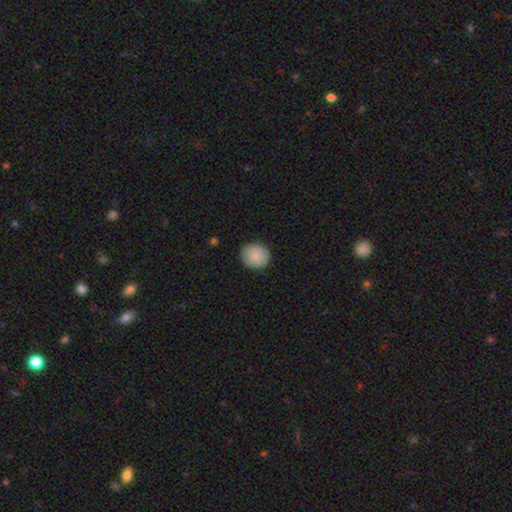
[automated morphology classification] smooth 86%, star or artifact 7%, featured or disk 7%. Down the decision tree: how rounded — round (73%); merging — none (86%).